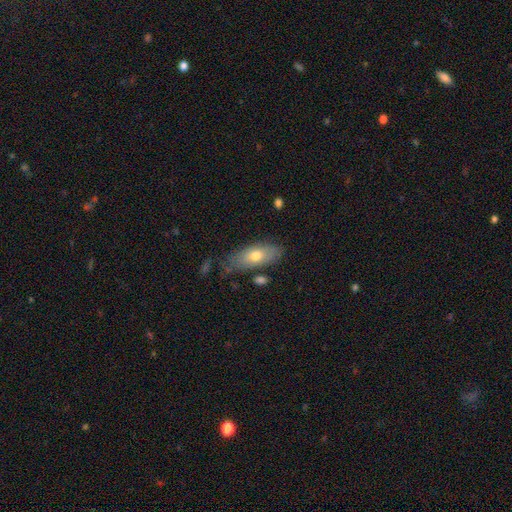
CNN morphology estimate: Smooth or featured? Predicted: smooth (p=0.67). How rounded? Predicted: in between (p=0.81). Merging? Predicted: none (p=0.69).